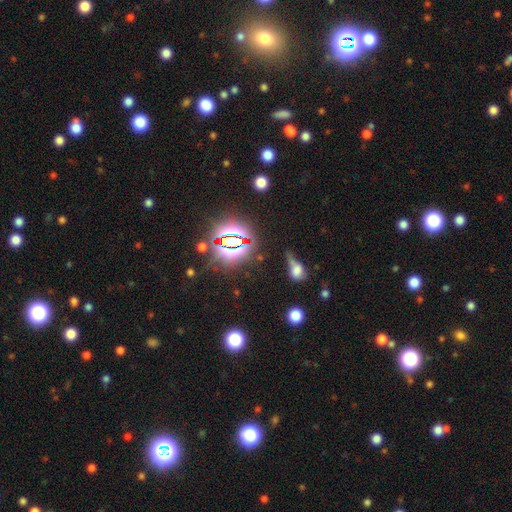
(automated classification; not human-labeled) A star or artifact, not a galaxy (79%).

Vote fractions:
- Smooth or featured? star or artifact: 79% / smooth: 13% / featured or disk: 8%